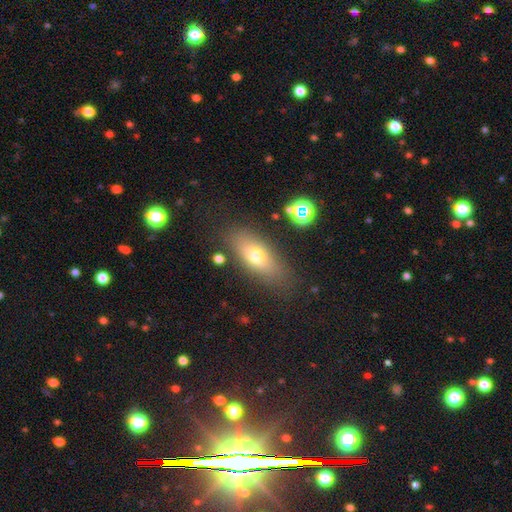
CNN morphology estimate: Overall: smooth (67%). How rounded: in between (74%). Merging: none (78%).